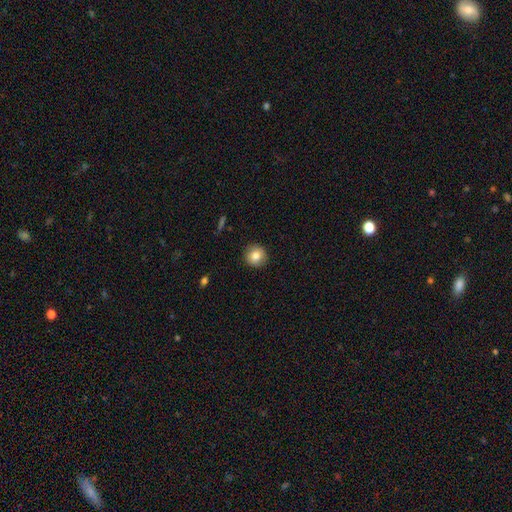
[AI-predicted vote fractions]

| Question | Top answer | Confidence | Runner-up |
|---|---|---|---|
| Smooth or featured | smooth | 81% | featured or disk (9%) |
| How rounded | round | 93% | in between (6%) |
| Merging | none | 91% | minor disturbance (6%) |